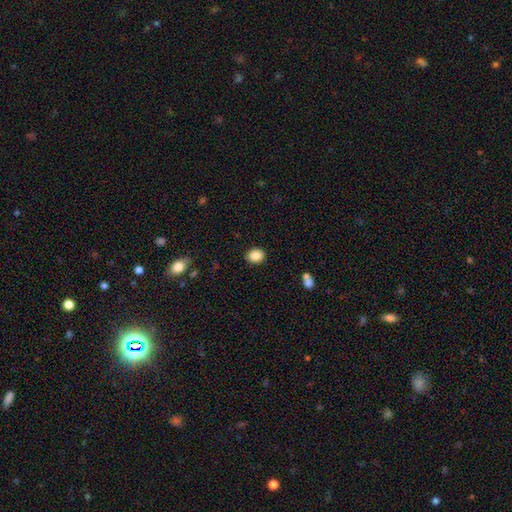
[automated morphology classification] smooth 87%, star or artifact 9%, featured or disk 5%. Down the decision tree: how rounded — in between (50%); merging — none (89%).